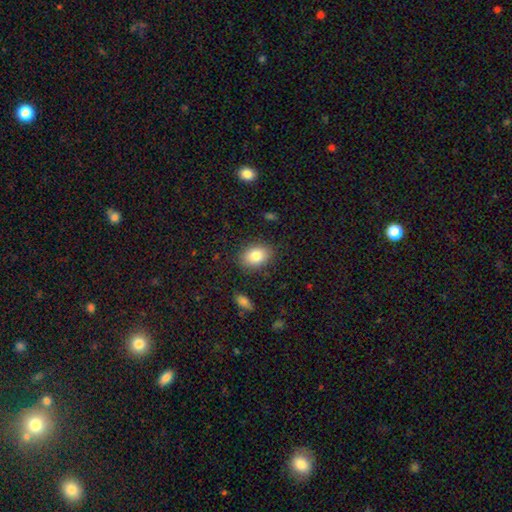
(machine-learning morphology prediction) A smooth galaxy with no disk features (84%) that is in between round and cigar-shaped (76%).

Vote fractions:
- Smooth or featured? smooth: 84% / featured or disk: 8% / star or artifact: 8%
- How rounded? in between: 76% / round: 22% / cigar-shaped: 1%
- Merging? none: 85% / minor disturbance: 10% / major disturbance: 3% / merger: 2%